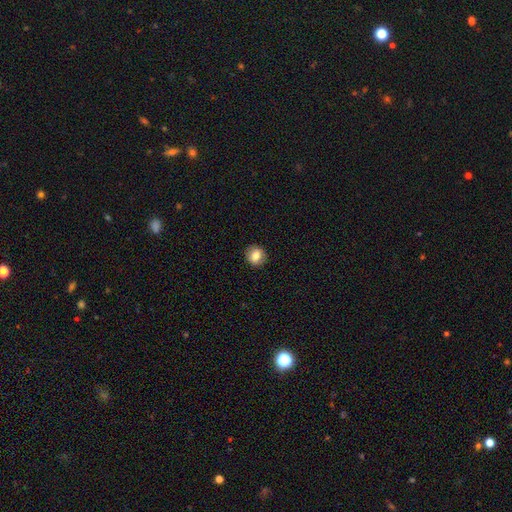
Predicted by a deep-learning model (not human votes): Smooth or featured: smooth — 77% (featured or disk — 14%)
How rounded: round — 85% (in between — 14%)
Merging: none — 90% (minor disturbance — 7%)